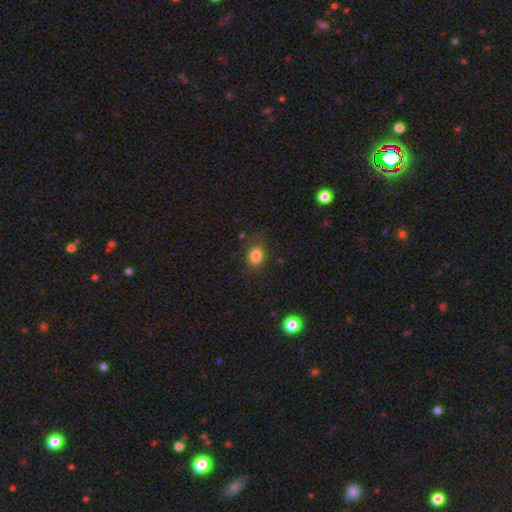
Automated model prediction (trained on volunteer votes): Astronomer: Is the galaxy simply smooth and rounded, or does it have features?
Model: smooth — 83%.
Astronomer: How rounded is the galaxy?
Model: in between — 56% (runner-up: round, 43%).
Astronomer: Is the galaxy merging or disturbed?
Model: none — 78%.